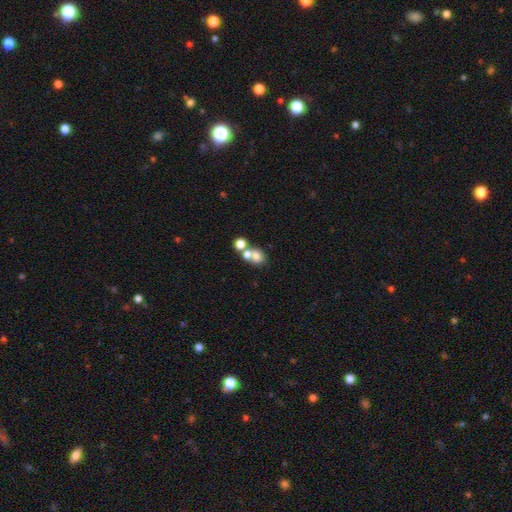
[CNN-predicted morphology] type=smooth (67%); roundness=round (61%); merging=merger (52%).